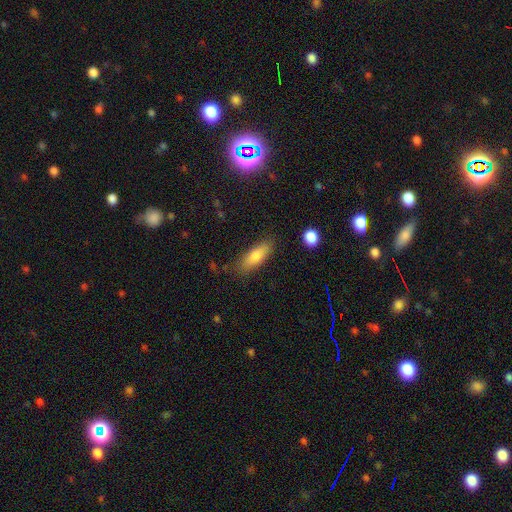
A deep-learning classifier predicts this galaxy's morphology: This appears to be a smooth galaxy with no disk features (77%) that is in between round and cigar-shaped (57%). Merging: none (80%).